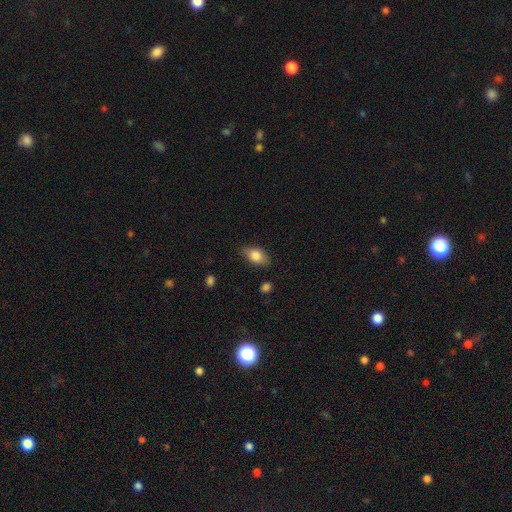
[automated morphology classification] Smooth or featured? smooth (78%)
How rounded? in between (87%)
Merging? none (80%)